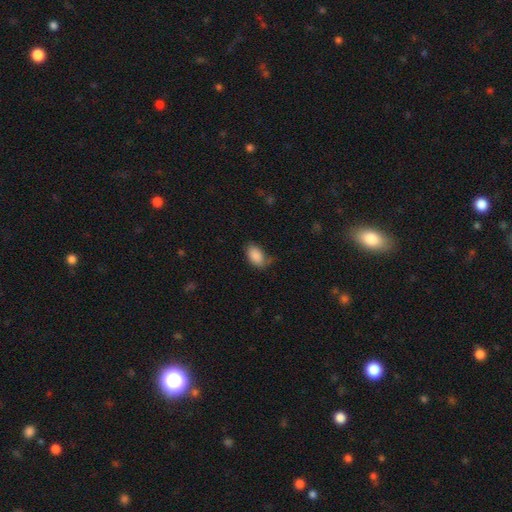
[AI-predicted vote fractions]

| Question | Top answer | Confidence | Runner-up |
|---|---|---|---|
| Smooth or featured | smooth | 87% | star or artifact (7%) |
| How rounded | in between | 93% | round (6%) |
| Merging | none | 64% | minor disturbance (26%) |